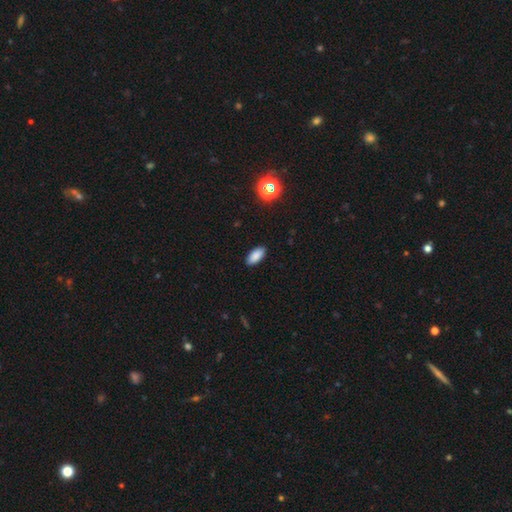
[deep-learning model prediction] Smooth or featured?
  - smooth: 87% *
  - star or artifact: 9%
  - featured or disk: 4%
How rounded?
  - in between: 91% *
  - cigar-shaped: 7%
  - round: 2%
Merging?
  - none: 89% *
  - minor disturbance: 8%
  - major disturbance: 2%
  - merger: 1%